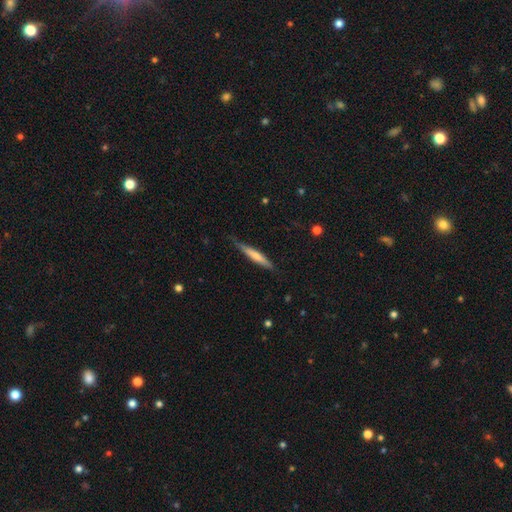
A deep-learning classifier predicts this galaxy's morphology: smooth-or-featured: smooth: 59% | featured or disk: 36% | star or artifact: 5%
  how-rounded: cigar-shaped: 94% | in between: 5% | round: 1%
  merging: none: 72% | minor disturbance: 23% | major disturbance: 4% | merger: 2%